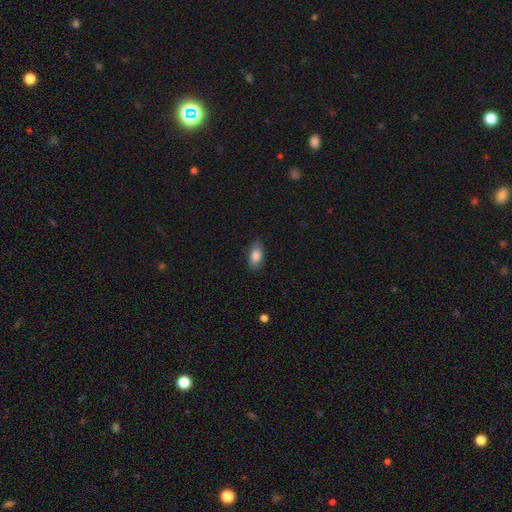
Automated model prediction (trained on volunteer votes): A smooth galaxy with no disk features (85%) that is in between round and cigar-shaped (90%). Merging: none (85%).